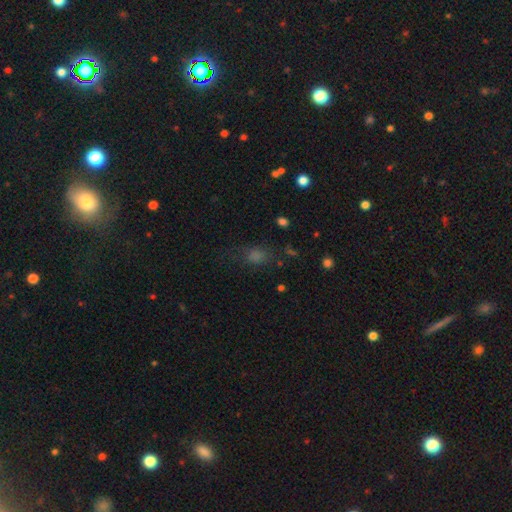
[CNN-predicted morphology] Overall: smooth (54%; star or artifact 32%). How rounded: in between (59%; round 35%). Merging: none (65%).